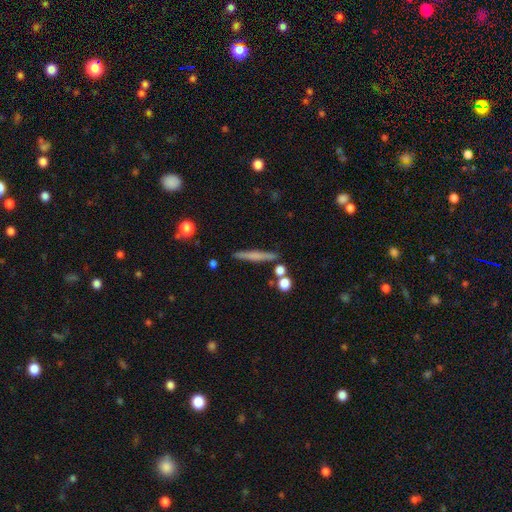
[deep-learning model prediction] Smooth or featured? Predicted: smooth (p=0.52). How rounded? Predicted: cigar-shaped (p=0.93). Merging? Predicted: none (p=0.86).